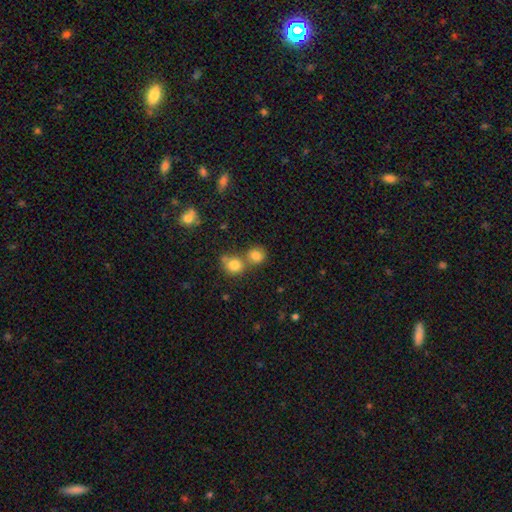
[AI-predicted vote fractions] Smooth or featured? smooth (79%)
How rounded? round (78%)
Merging? none (51%)